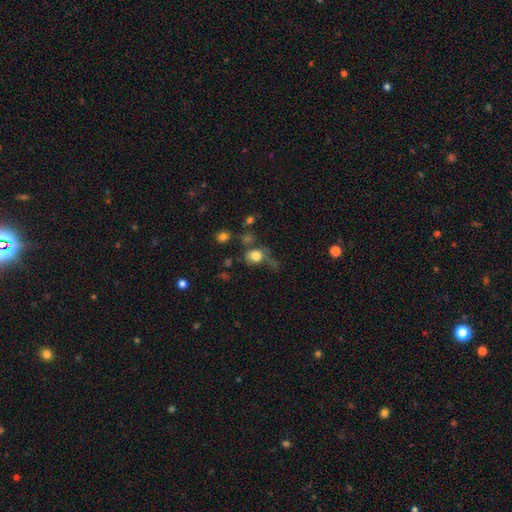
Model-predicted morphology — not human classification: Smooth or featured?
  - smooth: 77% *
  - star or artifact: 12%
  - featured or disk: 11%
How rounded?
  - round: 57% *
  - in between: 41%
  - cigar-shaped: 1%
Merging?
  - none: 39% *
  - major disturbance: 26%
  - minor disturbance: 22%
  - merger: 12%